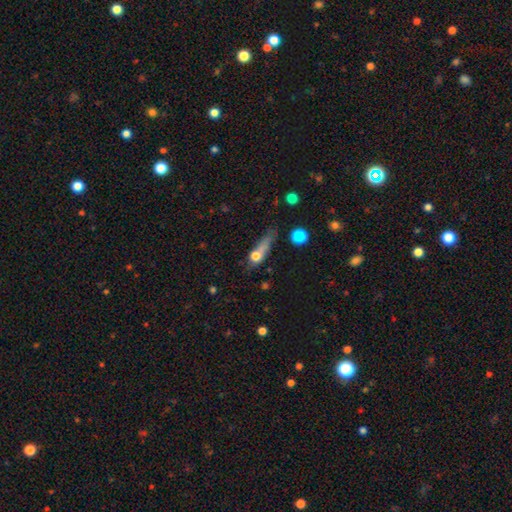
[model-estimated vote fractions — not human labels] A smooth galaxy with no disk features (65%) that is cigar-shaped (38%).

Vote fractions:
- Smooth or featured? smooth: 65% / featured or disk: 22% / star or artifact: 13%
- How rounded? cigar-shaped: 38% / in between: 33% / round: 29%
- Merging? none: 34% / minor disturbance: 25% / major disturbance: 25% / merger: 16%